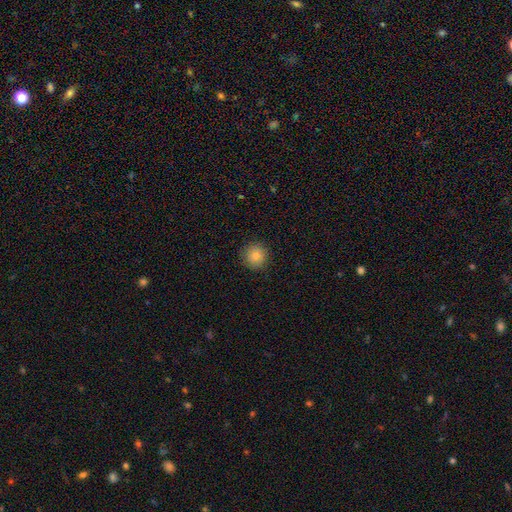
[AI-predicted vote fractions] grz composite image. It shows a smooth galaxy with no disk features (82%) that is round (95%). Merging: none (91%).